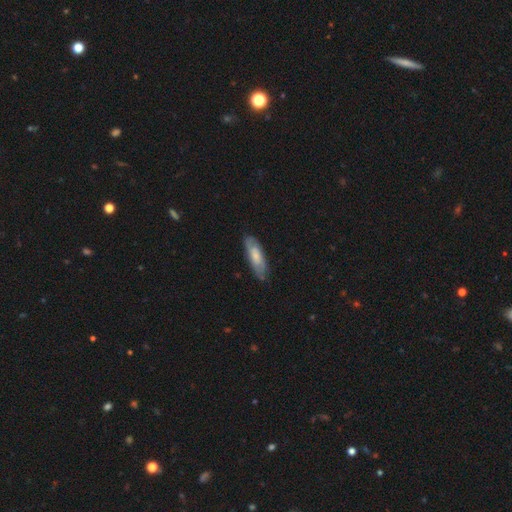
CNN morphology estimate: The model was most divided on "how rounded": in between: 54%, cigar-shaped: 44%, round: 2%. More confident: merging — none (77%); smooth or featured — smooth (59%).